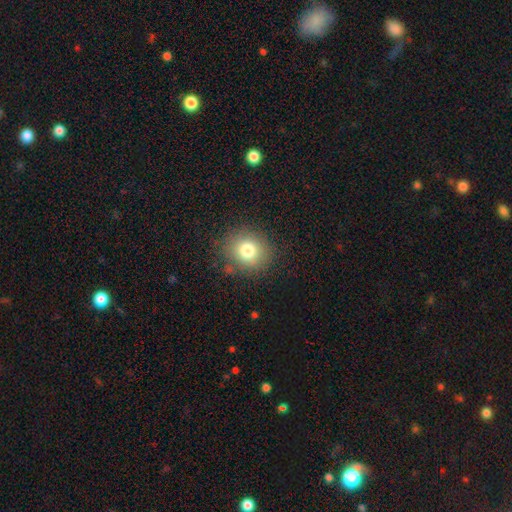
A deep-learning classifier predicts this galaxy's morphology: This is likely a smooth galaxy (72%). How rounded: clearly round (88%). Merging: clearly none (90%).